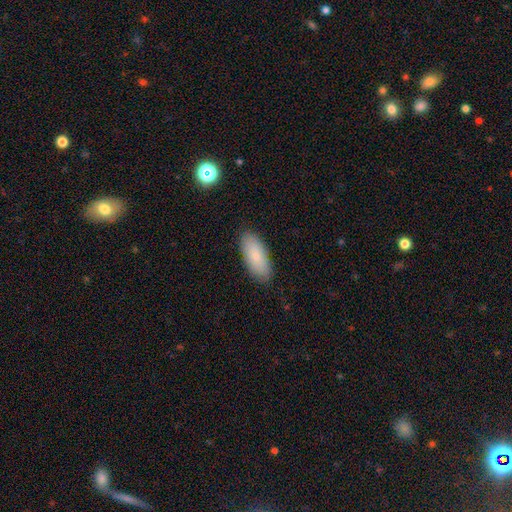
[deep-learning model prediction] Smooth or featured?
  - smooth: 84% *
  - featured or disk: 10%
  - star or artifact: 7%
How rounded?
  - in between: 84% *
  - cigar-shaped: 14%
  - round: 2%
Merging?
  - none: 88% *
  - minor disturbance: 9%
  - major disturbance: 2%
  - merger: 1%